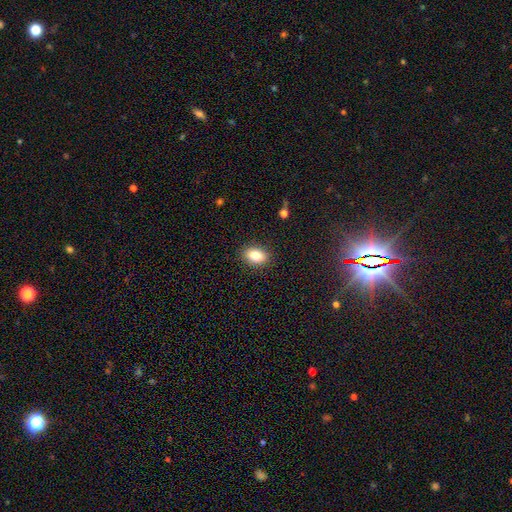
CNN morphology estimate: This appears to be a smooth galaxy with no disk features (82%) that is in between round and cigar-shaped (85%). Merging: none (88%).